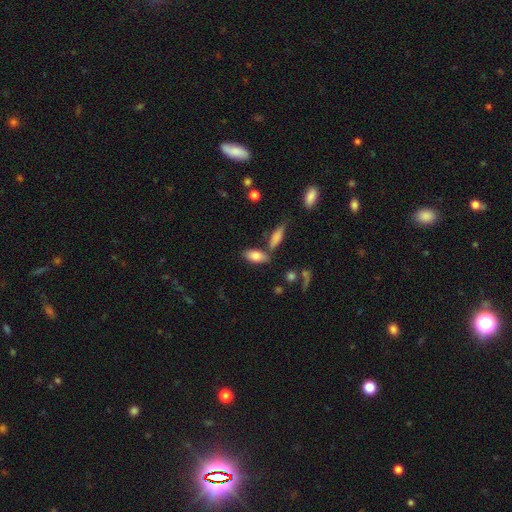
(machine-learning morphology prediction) The model was most divided on "merging": none: 67%, merger: 16%, minor disturbance: 13%, major disturbance: 4%. More confident: how rounded — in between (86%); smooth or featured — smooth (79%).